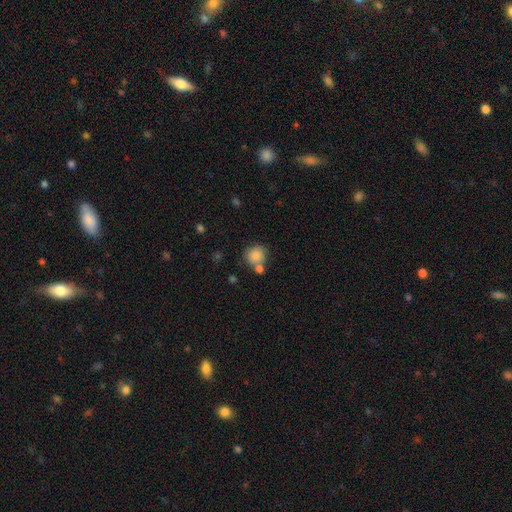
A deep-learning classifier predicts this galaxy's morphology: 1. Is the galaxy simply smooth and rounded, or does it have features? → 84% smooth, 9% star or artifact, 7% featured or disk.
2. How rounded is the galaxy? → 83% round, 16% in between, 1% cigar-shaped.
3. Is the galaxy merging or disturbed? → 60% none, 22% merger, 13% minor disturbance, 5% major disturbance.